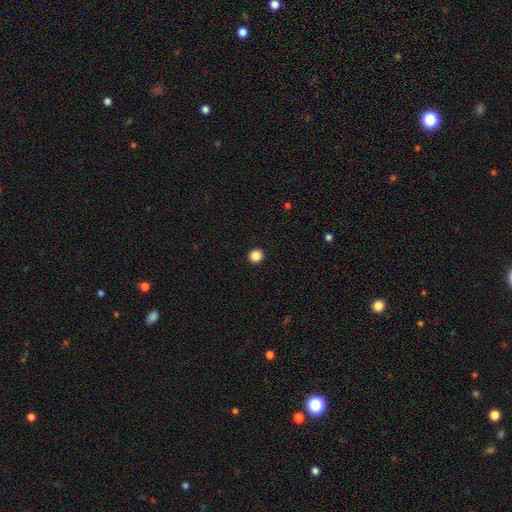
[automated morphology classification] A smooth galaxy with no disk features (86%) that is round (91%).

Vote fractions:
- Smooth or featured? smooth: 86% / star or artifact: 11% / featured or disk: 3%
- How rounded? round: 91% / in between: 8% / cigar-shaped: 1%
- Merging? none: 93% / minor disturbance: 4% / major disturbance: 2% / merger: 1%